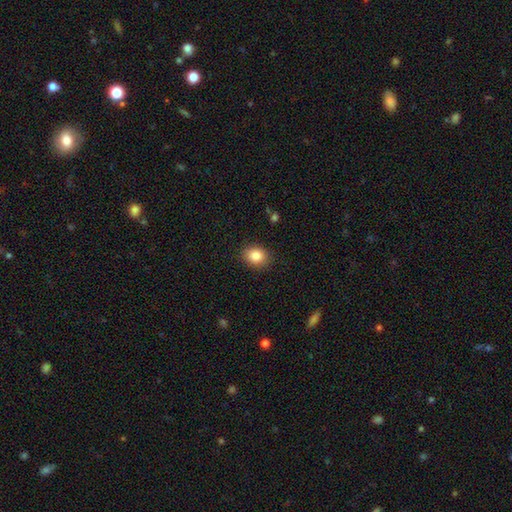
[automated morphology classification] Q: Smooth or featured?
A: smooth (87%); runner-up: star or artifact (9%)
Q: How rounded?
A: in between (52%); runner-up: round (47%)
Q: Merging?
A: none (86%); runner-up: minor disturbance (10%)